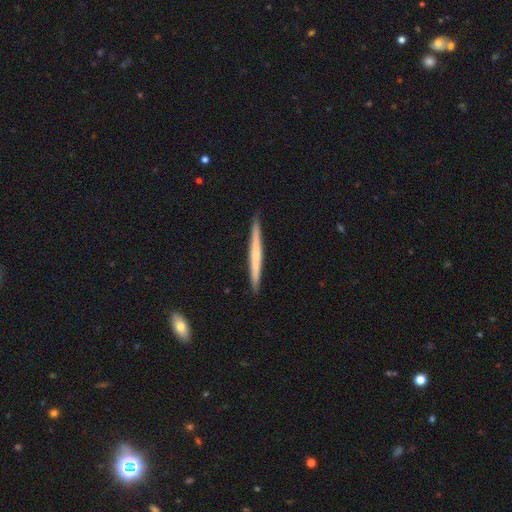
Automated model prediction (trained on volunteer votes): Q: Smooth or featured?
A: featured or disk (47%); tied with: smooth (47%)
Q: Merging?
A: none (91%); runner-up: minor disturbance (7%)